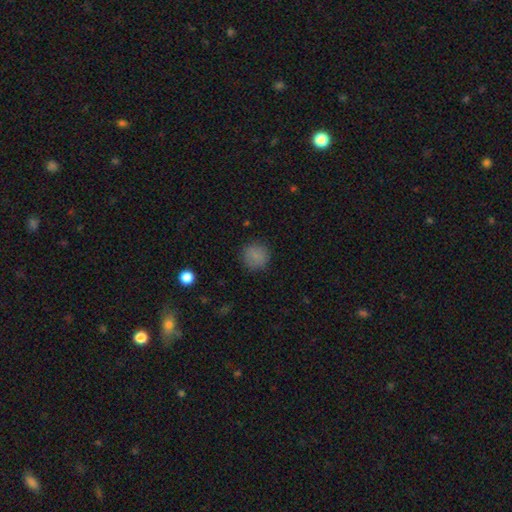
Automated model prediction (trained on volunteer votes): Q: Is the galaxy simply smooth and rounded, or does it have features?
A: smooth — 83%.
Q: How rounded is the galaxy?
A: round — 92%.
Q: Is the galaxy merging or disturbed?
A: none — 87%.